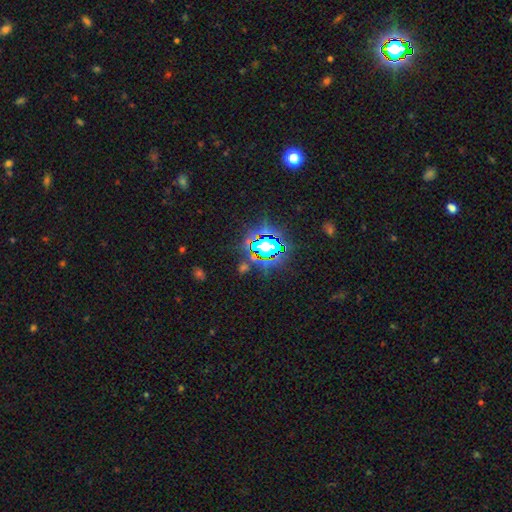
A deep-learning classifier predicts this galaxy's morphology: Smooth or featured?
  - star or artifact: 73% *
  - smooth: 17%
  - featured or disk: 10%